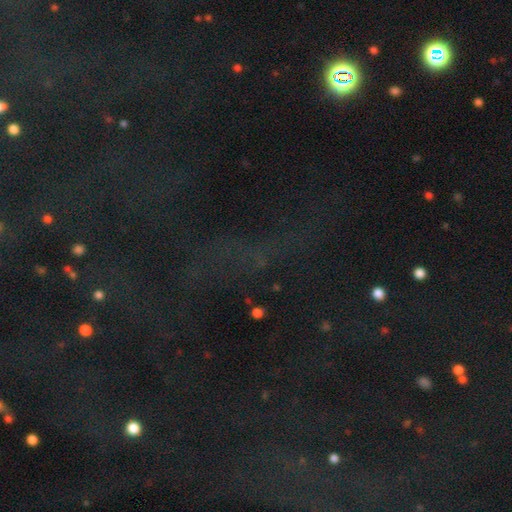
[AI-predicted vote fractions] Smooth or featured: star or artifact — 75% (smooth — 14%)